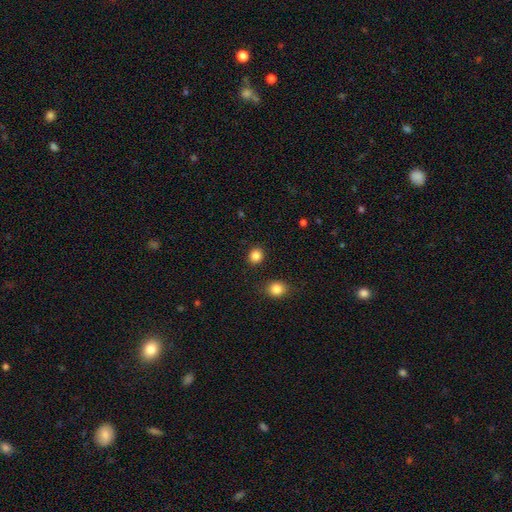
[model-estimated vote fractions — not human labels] Smooth or featured?
  - smooth: 86% *
  - star or artifact: 11%
  - featured or disk: 4%
How rounded?
  - round: 76% *
  - in between: 23%
  - cigar-shaped: 1%
Merging?
  - none: 88% *
  - minor disturbance: 7%
  - merger: 3%
  - major disturbance: 2%